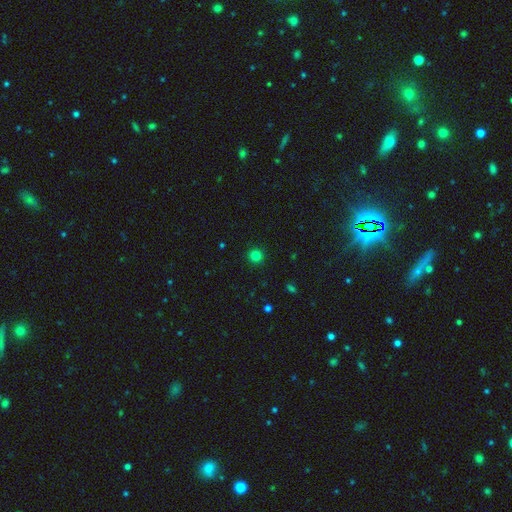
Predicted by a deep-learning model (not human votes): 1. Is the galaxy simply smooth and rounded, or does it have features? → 81% smooth, 15% star or artifact, 4% featured or disk.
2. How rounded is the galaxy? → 95% round, 4% in between, 1% cigar-shaped.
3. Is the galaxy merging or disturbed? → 92% none, 5% minor disturbance, 2% major disturbance, 1% merger.